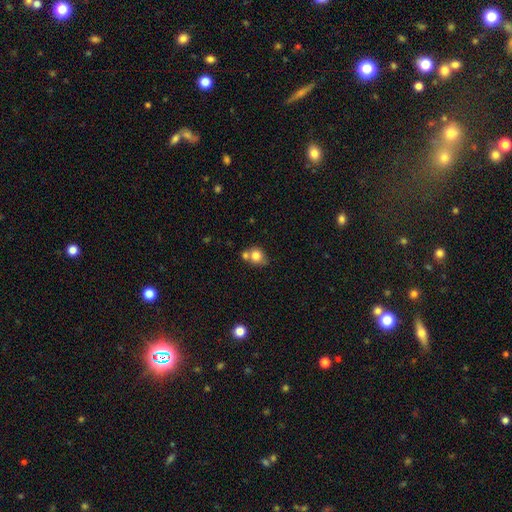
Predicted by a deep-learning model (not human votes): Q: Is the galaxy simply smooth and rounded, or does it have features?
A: smooth — 77%.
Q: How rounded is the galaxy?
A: round — 69%.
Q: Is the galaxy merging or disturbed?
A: none — 46%.